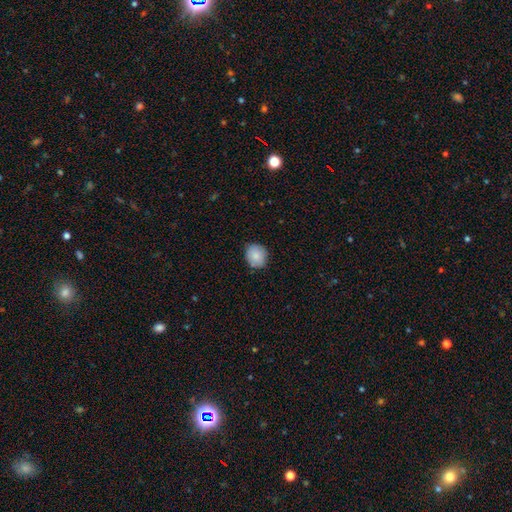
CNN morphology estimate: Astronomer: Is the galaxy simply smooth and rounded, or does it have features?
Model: smooth — 85%.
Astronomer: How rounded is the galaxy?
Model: round — 73%.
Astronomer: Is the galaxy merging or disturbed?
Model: none — 84%.